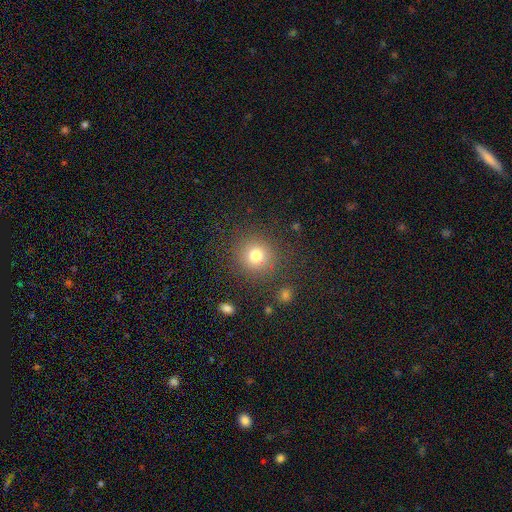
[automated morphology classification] type=smooth (77%); roundness=round (89%); merging=none (83%).